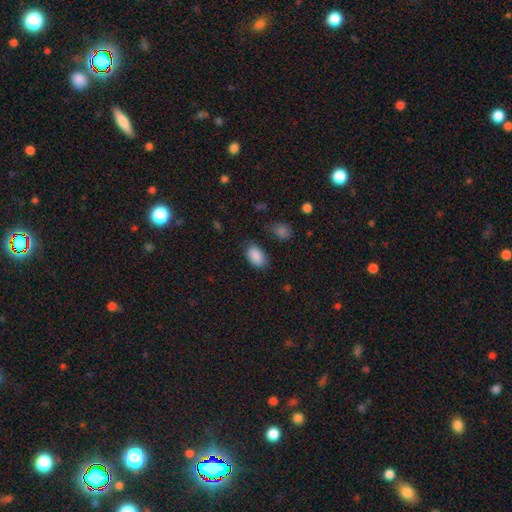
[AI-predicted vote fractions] Smooth or featured?
  - smooth: 89% *
  - star or artifact: 8%
  - featured or disk: 4%
How rounded?
  - in between: 93% *
  - round: 6%
  - cigar-shaped: 1%
Merging?
  - none: 78% *
  - minor disturbance: 16%
  - major disturbance: 4%
  - merger: 2%